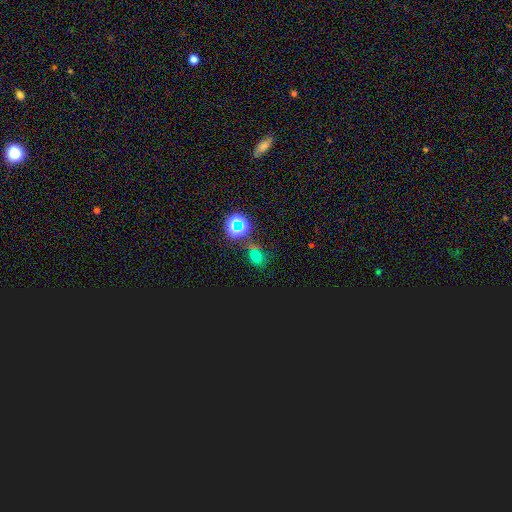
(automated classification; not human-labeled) Smooth or featured? Predicted: smooth (p=0.51). How rounded? Predicted: round (p=0.61). Merging? Predicted: none (p=0.70).